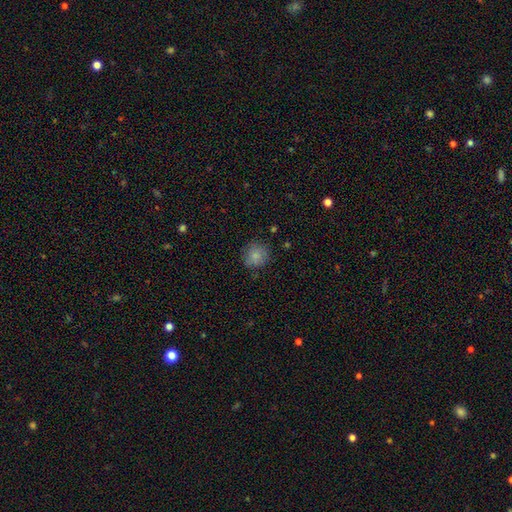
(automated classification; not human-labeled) Smooth or featured: smooth — 83% (star or artifact — 9%)
How rounded: round — 87% (in between — 12%)
Merging: none — 78% (minor disturbance — 16%)